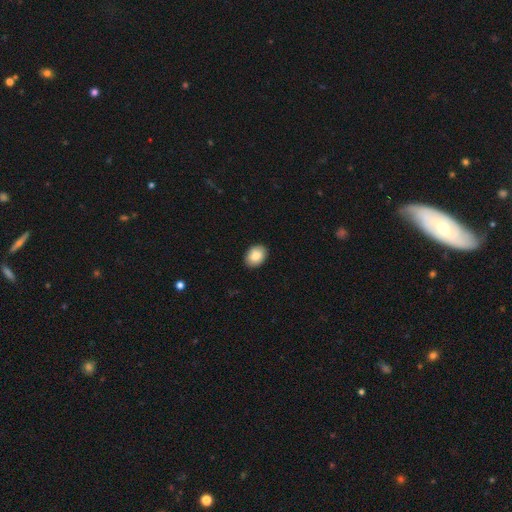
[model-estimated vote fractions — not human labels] The model was most divided on "how rounded": in between: 68%, round: 31%, cigar-shaped: 1%. More confident: merging — none (90%); smooth or featured — smooth (83%).